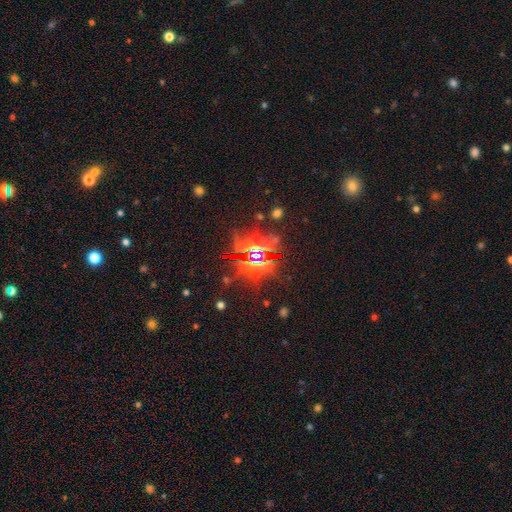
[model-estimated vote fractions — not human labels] Smooth or featured: star or artifact — 80% (smooth — 11%)